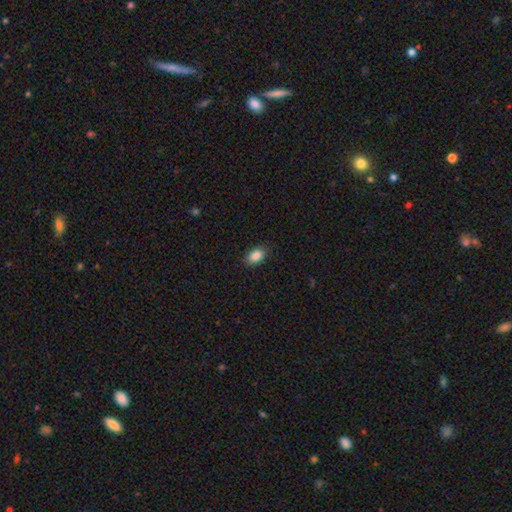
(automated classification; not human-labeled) Overall: smooth (88%). How rounded: in between (90%). Merging: none (88%).